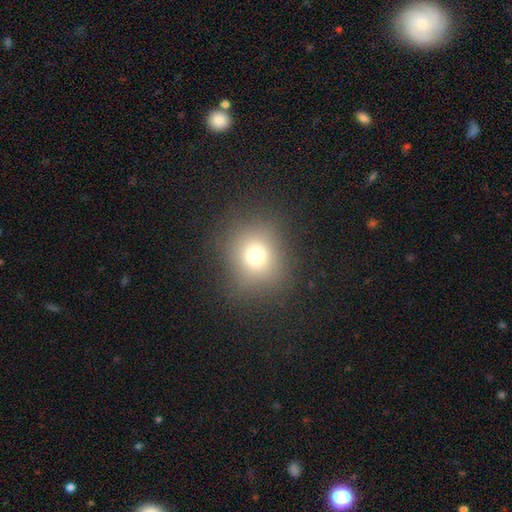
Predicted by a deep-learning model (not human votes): This is likely a smooth galaxy (72%). How rounded: likely round (79%). Merging: clearly none (84%).